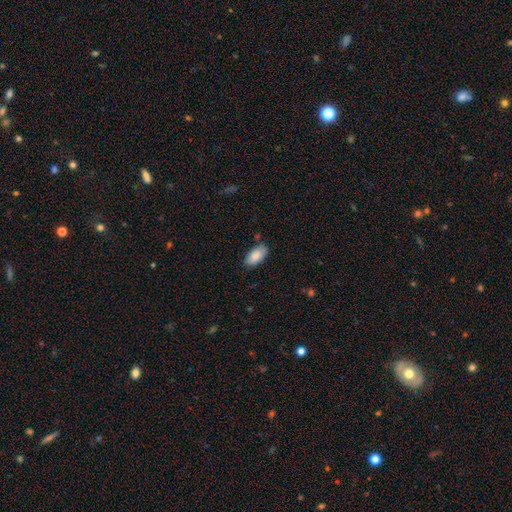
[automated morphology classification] Smooth or featured? smooth (88%)
How rounded? in between (93%)
Merging? none (81%)